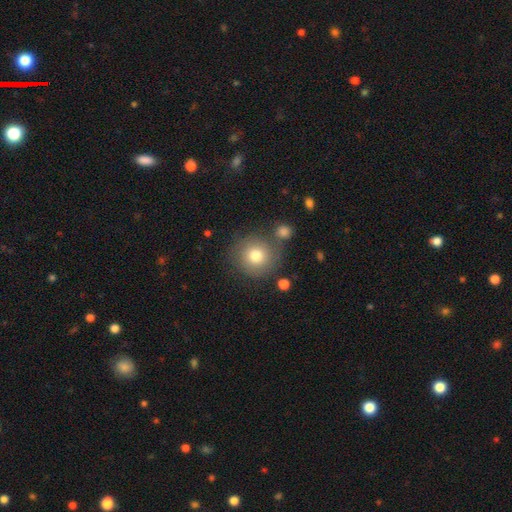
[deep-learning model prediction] This appears to be a smooth galaxy with no disk features (77%) that is round (93%). Merging: none (74%).